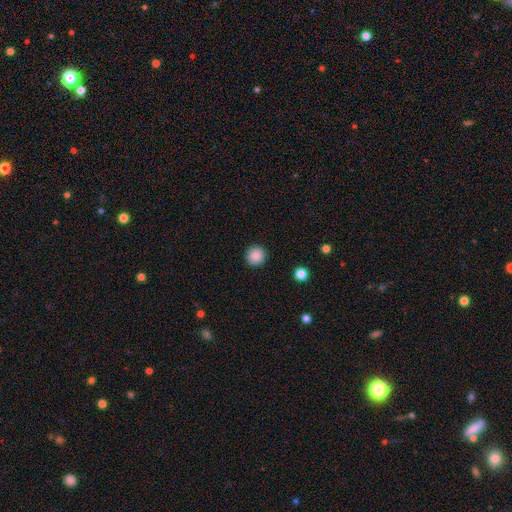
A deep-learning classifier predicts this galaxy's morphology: Smooth or featured?
  - smooth: 88% *
  - star or artifact: 9%
  - featured or disk: 3%
How rounded?
  - round: 95% *
  - in between: 4%
  - cigar-shaped: 1%
Merging?
  - none: 92% *
  - minor disturbance: 5%
  - major disturbance: 2%
  - merger: 1%